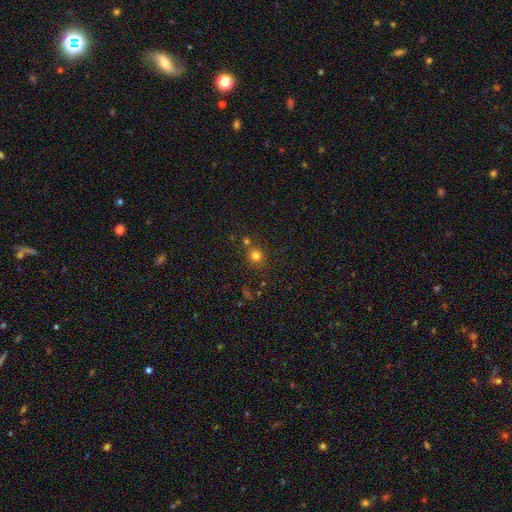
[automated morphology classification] Smooth or featured? smooth (77%)
How rounded? round (86%)
Merging? none (72%)